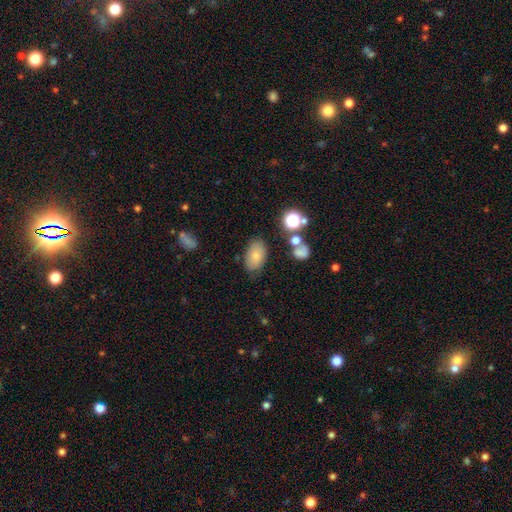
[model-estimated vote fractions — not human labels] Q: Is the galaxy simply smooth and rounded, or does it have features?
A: smooth — 78%.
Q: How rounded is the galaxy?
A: in between — 91%.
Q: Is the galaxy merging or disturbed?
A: none — 75%.